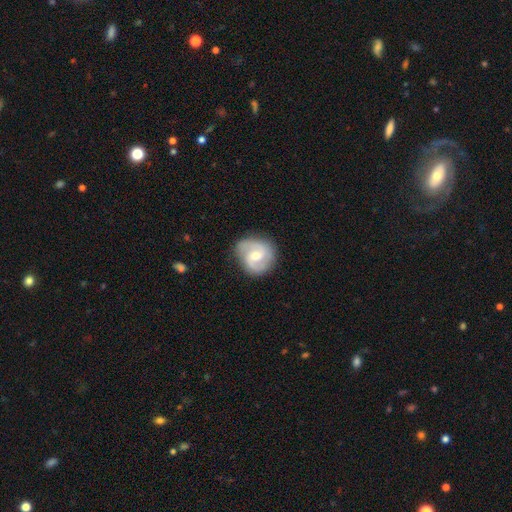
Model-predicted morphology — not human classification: Overall: featured or disk (79%). Edge-on disk: no (98%). Bar: weak (48%; no 42%). Spiral arms: yes (95%). Spiral arm count: 2 (83%). Spiral winding: medium (51%; tight 31%). Bulge size: moderate (61%; small 35%). Merging: none (77%).